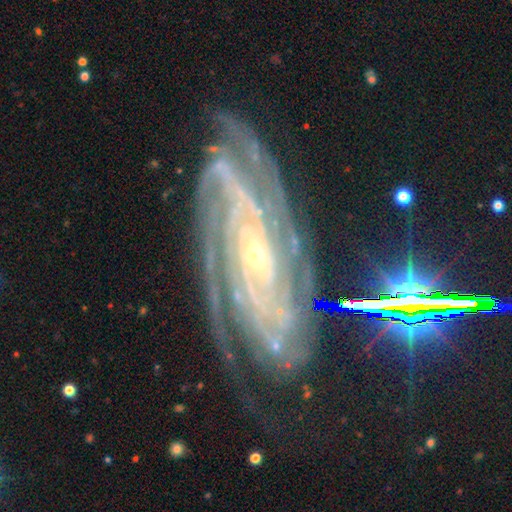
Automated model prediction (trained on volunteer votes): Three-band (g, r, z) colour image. It shows a featured or disk galaxy (88%) with no bar (57%), 4 (24%) tight (74%) spiral arms (98%) and a small central bulge (83%). Merging: none (74%).